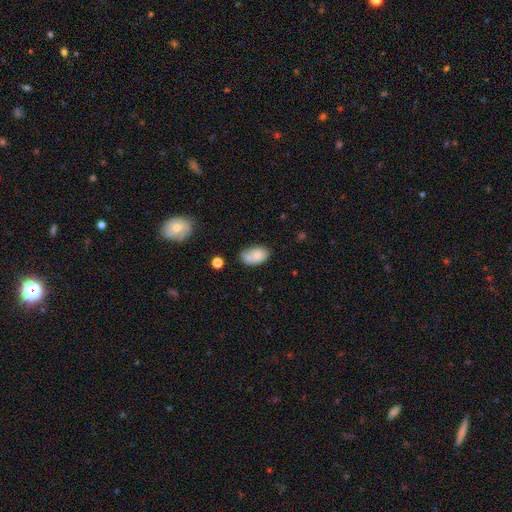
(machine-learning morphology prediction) Q: Smooth or featured?
A: smooth (78%); runner-up: featured or disk (14%)
Q: How rounded?
A: in between (92%); runner-up: round (7%)
Q: Merging?
A: none (55%); runner-up: minor disturbance (28%)